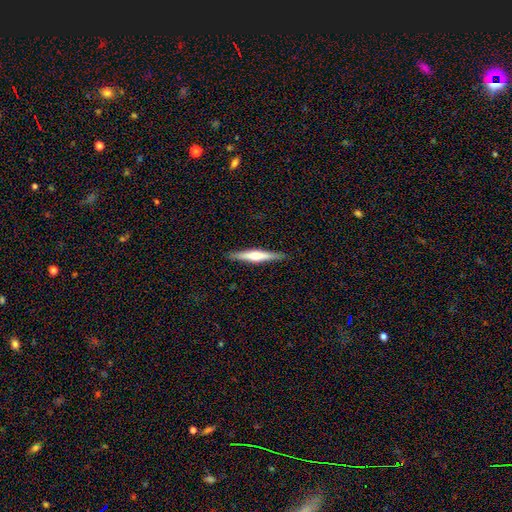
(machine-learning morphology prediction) Smooth or featured? featured or disk (53%)
Edge-on disk? yes (97%)
Edge-on bulge? rounded (75%)
Merging? none (89%)